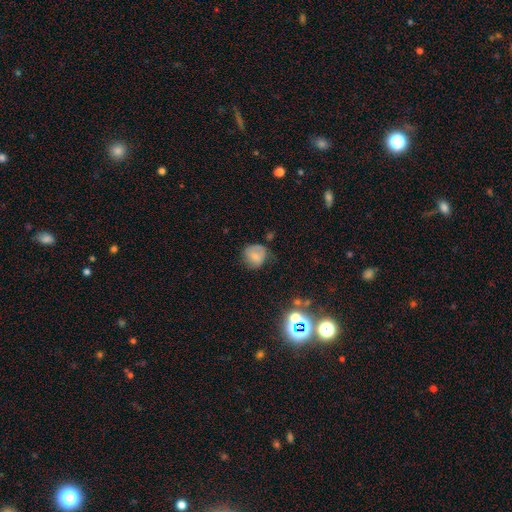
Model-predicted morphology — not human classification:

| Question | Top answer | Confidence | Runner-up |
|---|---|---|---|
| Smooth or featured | smooth | 68% | featured or disk (21%) |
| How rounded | round | 76% | in between (23%) |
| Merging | none | 56% | minor disturbance (29%) |